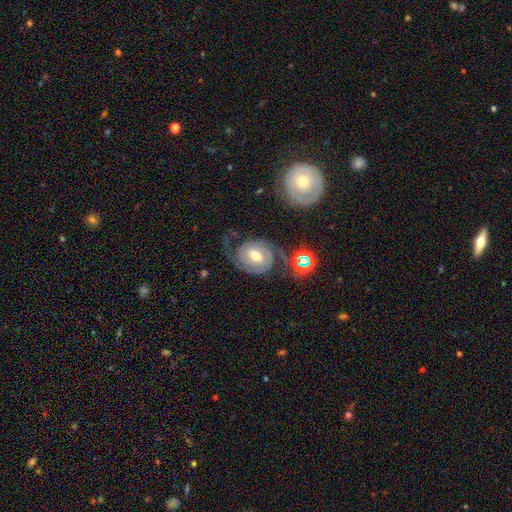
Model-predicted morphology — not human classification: smooth-or-featured: featured or disk: 80% | smooth: 12% | star or artifact: 8%
  disk-edge-on: no: 97% | yes: 3%
    bar: weak: 44% | no: 40% | strong: 16%
    has-spiral-arms: yes: 94% | no: 6%
      spiral-winding: tight: 51% | medium: 37% | loose: 13%
      spiral-arm-count: 2: 78% | can't tell: 9% | 1: 6% | 3: 4% | 4: 2% | more than 4: 2%
    bulge-size: moderate: 70% | small: 19% | large: 9% | none: 1% | dominant: 1%
  merging: none: 59% | minor disturbance: 18% | major disturbance: 17% | merger: 6%